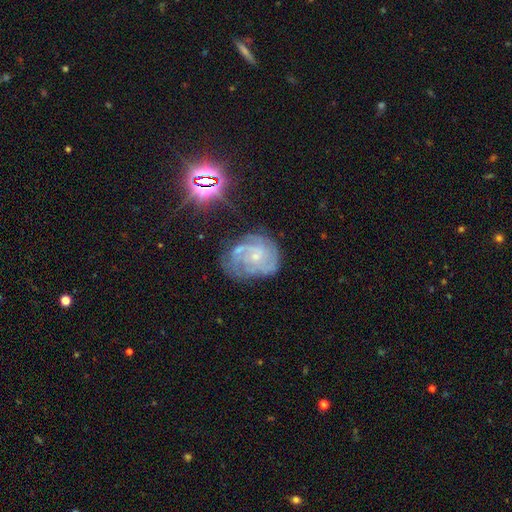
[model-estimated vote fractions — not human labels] Morphology: type=featured or disk (80%); edge-on=no (98%); bar=no (72%); spiral arms=yes (94%); winding=tight (57%); arm count=3 (30%); bulge=small (78%); merging=none (61%).